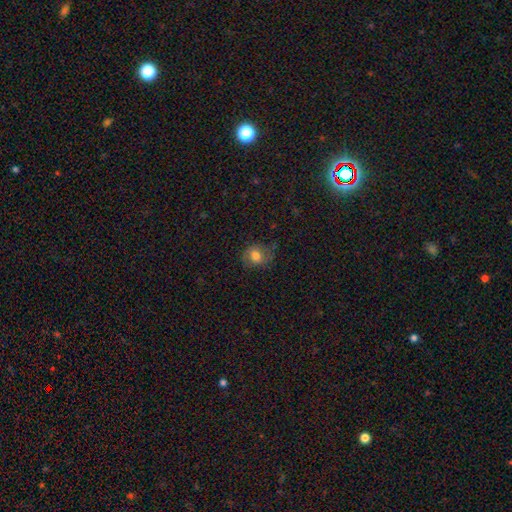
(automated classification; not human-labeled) Smooth or featured: smooth — 66% (featured or disk — 24%)
How rounded: round — 66% (in between — 33%)
Merging: none — 64% (minor disturbance — 23%)